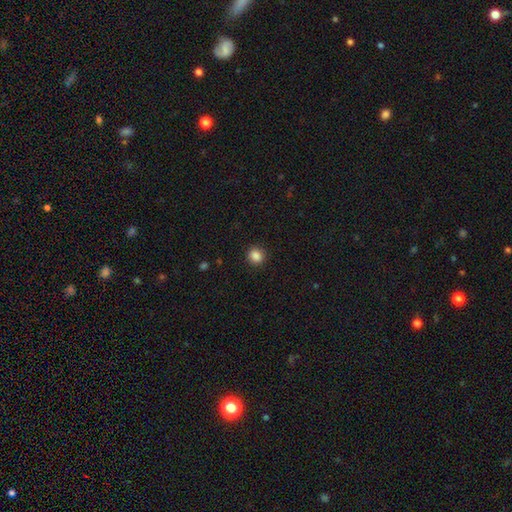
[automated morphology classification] This appears to be a smooth galaxy with no disk features (87%) that is round (79%). Merging: none (90%).